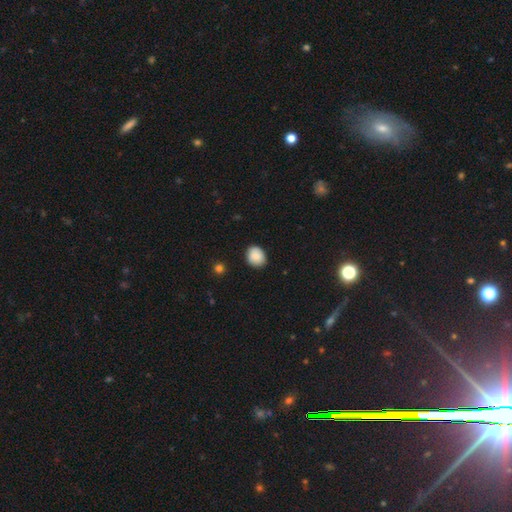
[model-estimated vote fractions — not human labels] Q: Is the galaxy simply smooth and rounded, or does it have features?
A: smooth — 86%.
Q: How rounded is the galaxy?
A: round — 67%.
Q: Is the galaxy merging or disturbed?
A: none — 82%.